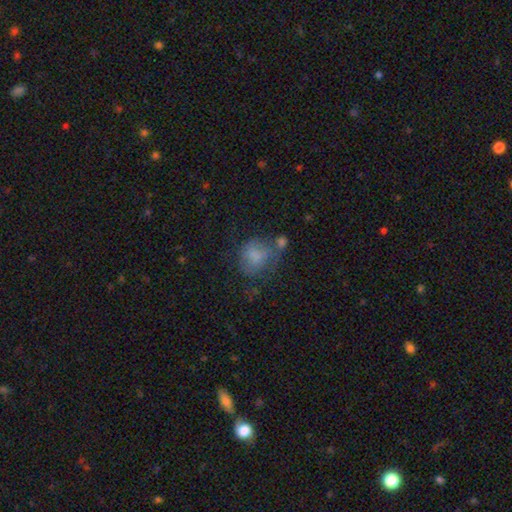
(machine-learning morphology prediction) type=smooth (72%); roundness=round (62%); merging=none (39%).